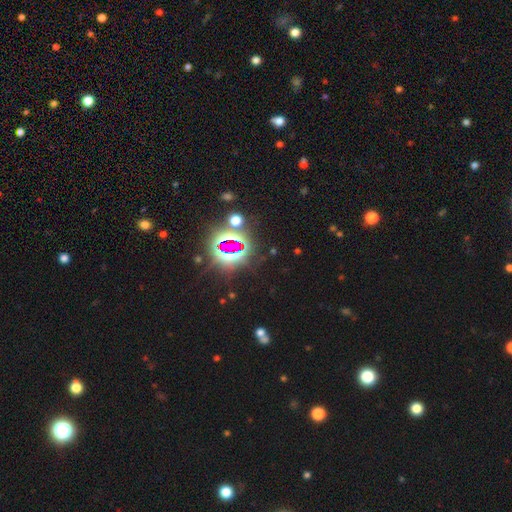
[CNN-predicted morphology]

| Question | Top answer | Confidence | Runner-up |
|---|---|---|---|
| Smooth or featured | star or artifact | 82% | smooth (10%) |